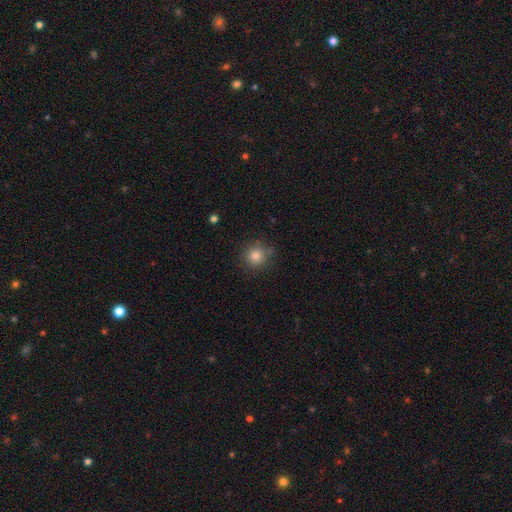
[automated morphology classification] This is clearly a smooth galaxy (81%). How rounded: clearly round (92%). Merging: clearly none (82%).